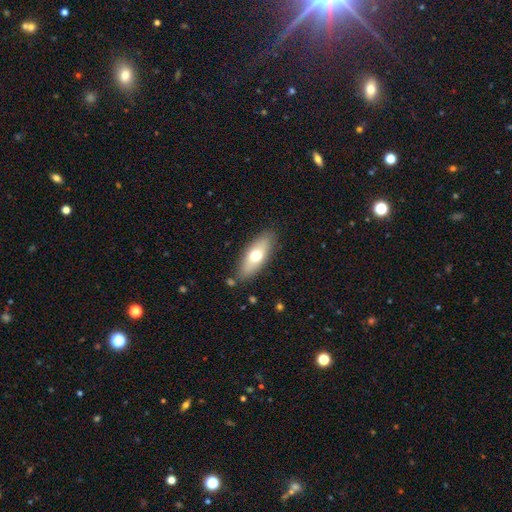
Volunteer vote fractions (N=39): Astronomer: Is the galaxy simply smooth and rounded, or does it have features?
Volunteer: smooth — 64%.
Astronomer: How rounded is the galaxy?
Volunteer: in between — 60% (runner-up: cigar-shaped, 36%).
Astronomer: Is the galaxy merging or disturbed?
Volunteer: none — 87%.